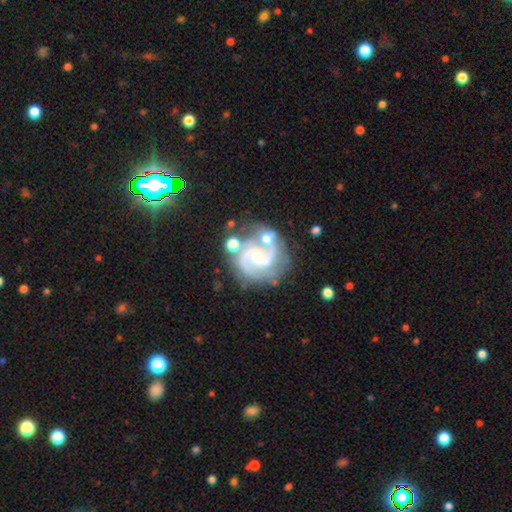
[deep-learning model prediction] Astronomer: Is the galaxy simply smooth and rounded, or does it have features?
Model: featured or disk — 89%.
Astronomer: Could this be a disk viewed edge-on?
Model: no — 98%.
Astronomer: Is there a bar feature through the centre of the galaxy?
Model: no — 46% (runner-up: weak, 42%).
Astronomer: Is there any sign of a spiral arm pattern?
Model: yes — 98%.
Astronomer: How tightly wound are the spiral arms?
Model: medium — 57%.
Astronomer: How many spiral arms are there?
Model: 2 — 81%.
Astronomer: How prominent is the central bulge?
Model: small — 63%.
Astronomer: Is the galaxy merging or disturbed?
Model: none — 60%.